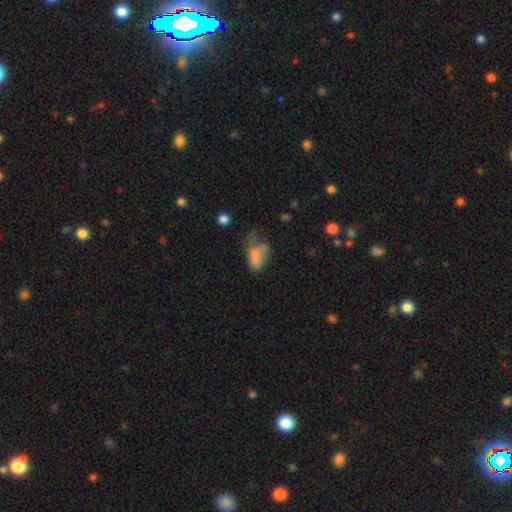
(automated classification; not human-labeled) A smooth galaxy with no disk features (71%) that is in between round and cigar-shaped (89%).

Vote fractions:
- Smooth or featured? smooth: 71% / featured or disk: 18% / star or artifact: 11%
- How rounded? in between: 89% / round: 8% / cigar-shaped: 3%
- Merging? major disturbance: 44% / minor disturbance: 28% / none: 21% / merger: 6%